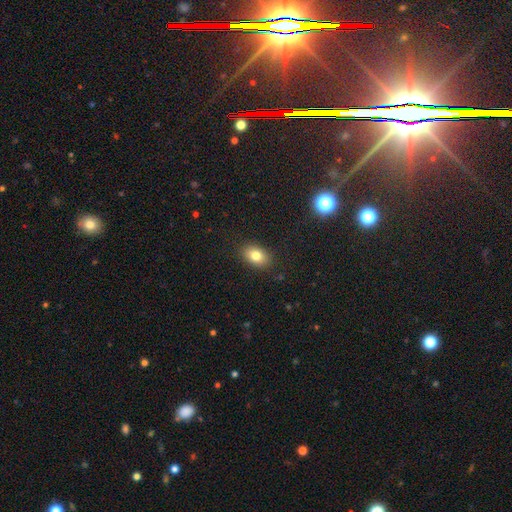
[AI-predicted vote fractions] smooth_or_featured: smooth (p=0.80) [alt: featured or disk p=0.10]
how_rounded: in between (p=0.83) [alt: round p=0.15]
merging: none (p=0.87) [alt: minor disturbance p=0.09]